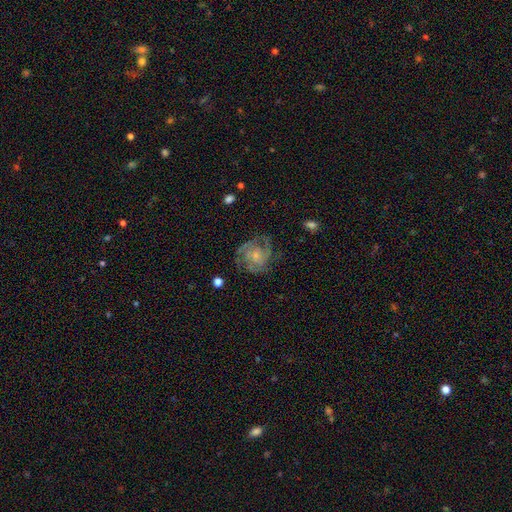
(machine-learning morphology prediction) This appears to be a featured or disk galaxy (75%) with no bar (75%), tight (47%) spiral arms (89%) and a small central bulge (64%). Merging: none (66%).